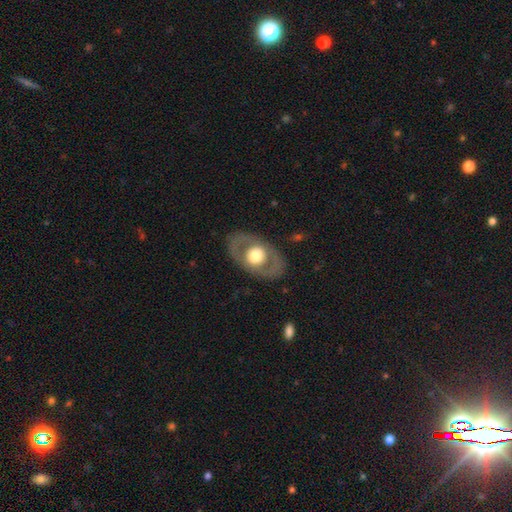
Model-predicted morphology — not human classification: Smooth or featured?
  - featured or disk: 55% *
  - smooth: 39%
  - star or artifact: 5%
Edge-on disk?
  - no: 89% *
  - yes: 11%
Merging?
  - none: 82% *
  - minor disturbance: 10%
  - major disturbance: 7%
  - merger: 1%